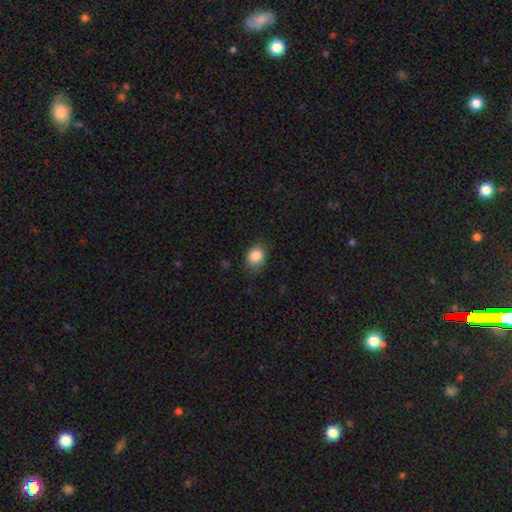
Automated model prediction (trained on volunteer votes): smooth_or_featured: smooth (p=0.86) [alt: star or artifact p=0.09]
how_rounded: in between (p=0.66) [alt: round p=0.33]
merging: none (p=0.74) [alt: minor disturbance p=0.21]